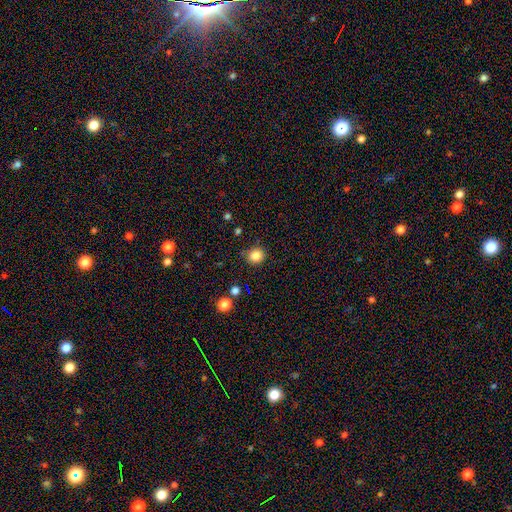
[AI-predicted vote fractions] A smooth galaxy with no disk features (84%) that is round (86%).

Vote fractions:
- Smooth or featured? smooth: 84% / star or artifact: 11% / featured or disk: 5%
- How rounded? round: 86% / in between: 13% / cigar-shaped: 1%
- Merging? none: 84% / minor disturbance: 11% / major disturbance: 3% / merger: 3%